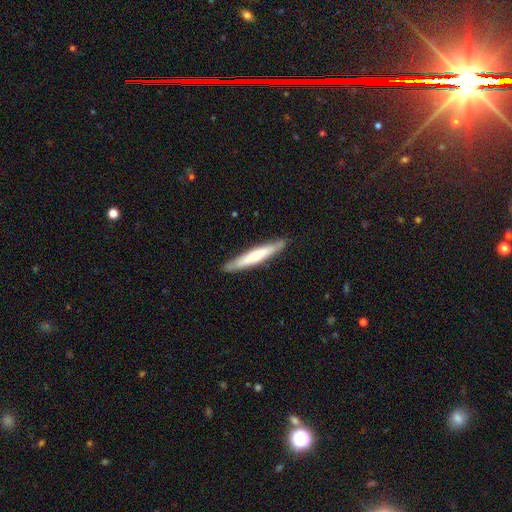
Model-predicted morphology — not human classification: smooth_or_featured: smooth (p=0.55) [alt: featured or disk p=0.40]
how_rounded: cigar-shaped (p=0.94) [alt: in between p=0.05]
merging: none (p=0.87) [alt: minor disturbance p=0.10]